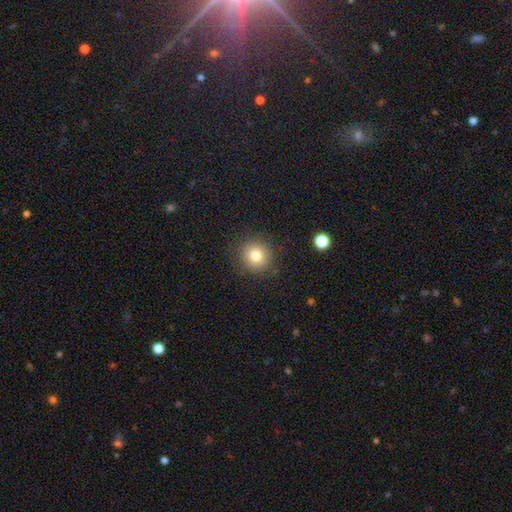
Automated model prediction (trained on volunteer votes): Morphology: type=smooth (80%); roundness=round (93%); merging=none (88%).